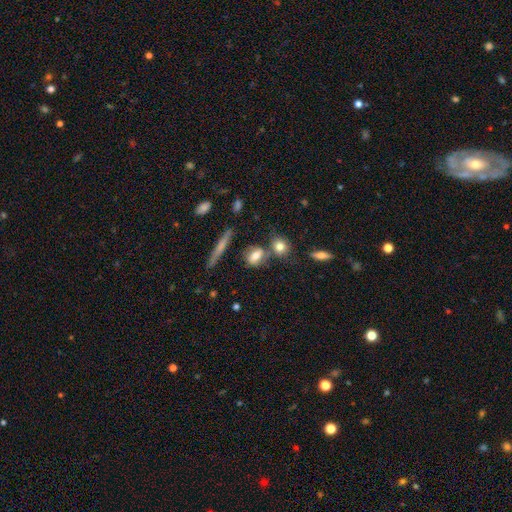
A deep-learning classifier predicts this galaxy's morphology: type=smooth (71%); roundness=in between (50%); merging=none (61%).